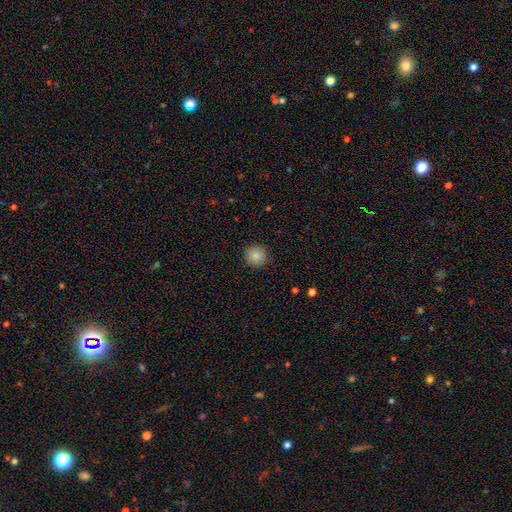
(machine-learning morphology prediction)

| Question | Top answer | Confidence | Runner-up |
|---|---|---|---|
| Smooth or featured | smooth | 85% | star or artifact (9%) |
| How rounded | round | 94% | in between (5%) |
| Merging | none | 91% | minor disturbance (6%) |